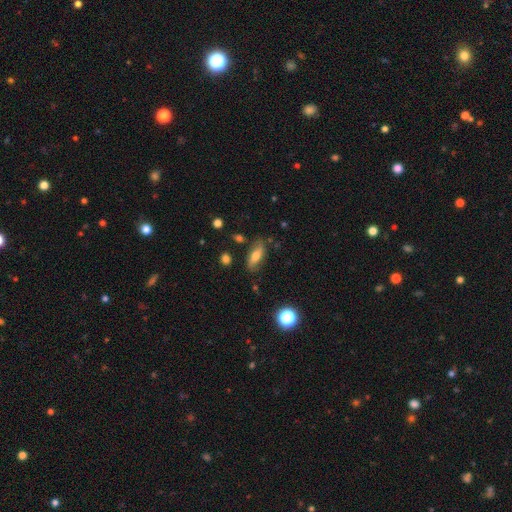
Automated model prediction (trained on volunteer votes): Morphology: type=smooth (59%); roundness=in between (63%); merging=none (76%).